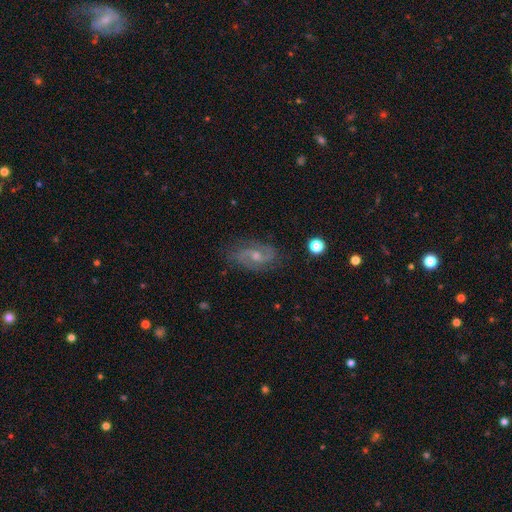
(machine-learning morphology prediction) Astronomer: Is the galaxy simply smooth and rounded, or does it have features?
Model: featured or disk — 83%.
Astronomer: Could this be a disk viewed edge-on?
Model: no — 96%.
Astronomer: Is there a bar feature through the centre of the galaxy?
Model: weak — 47% (runner-up: no, 43%).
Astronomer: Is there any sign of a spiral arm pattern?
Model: yes — 96%.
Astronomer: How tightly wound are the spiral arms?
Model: medium — 51% (runner-up: loose, 29%).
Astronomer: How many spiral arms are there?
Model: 2 — 90%.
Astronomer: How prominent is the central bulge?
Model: moderate — 53% (runner-up: small, 40%).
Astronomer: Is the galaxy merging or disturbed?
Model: none — 80%.